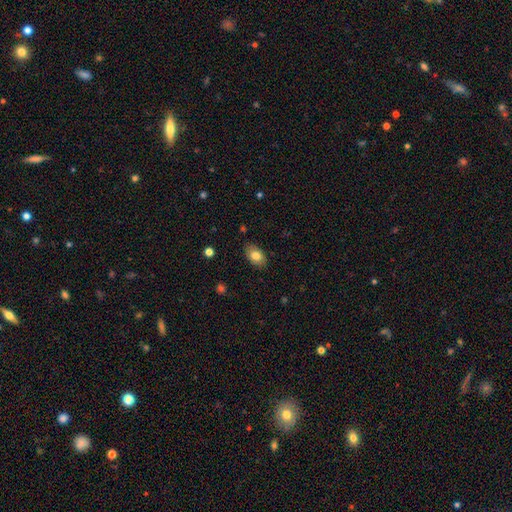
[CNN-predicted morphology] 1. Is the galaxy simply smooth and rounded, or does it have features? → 80% smooth, 13% featured or disk, 7% star or artifact.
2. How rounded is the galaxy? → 91% in between, 8% round, 1% cigar-shaped.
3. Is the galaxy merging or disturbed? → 85% none, 12% minor disturbance, 2% major disturbance, 1% merger.